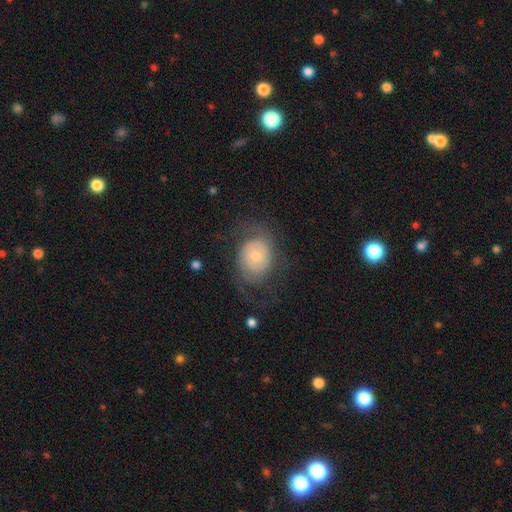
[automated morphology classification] type=featured or disk (62%); edge-on=no (97%); bar=no (75%); spiral arms=yes (81%); bulge=small (61%); merging=none (56%).